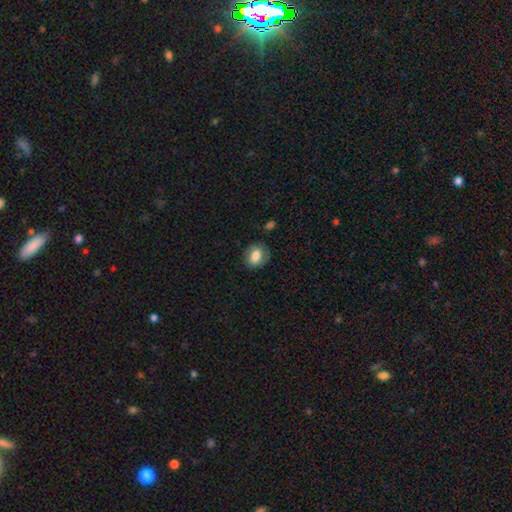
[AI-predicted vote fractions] A smooth galaxy with no disk features (74%) that is in between round and cigar-shaped (60%). Merging: none (74%).